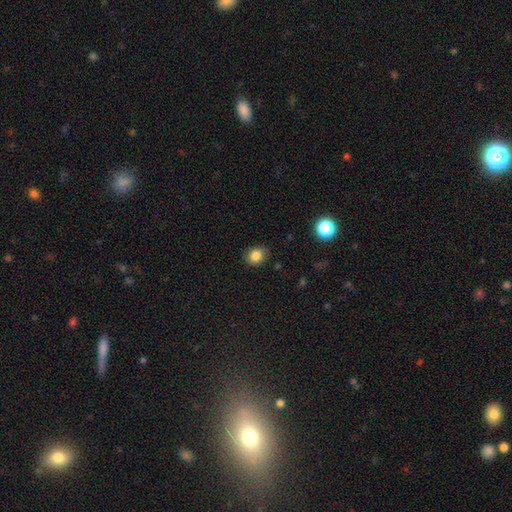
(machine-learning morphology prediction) A smooth galaxy with no disk features (84%) that is round (63%). Merging: none (85%).